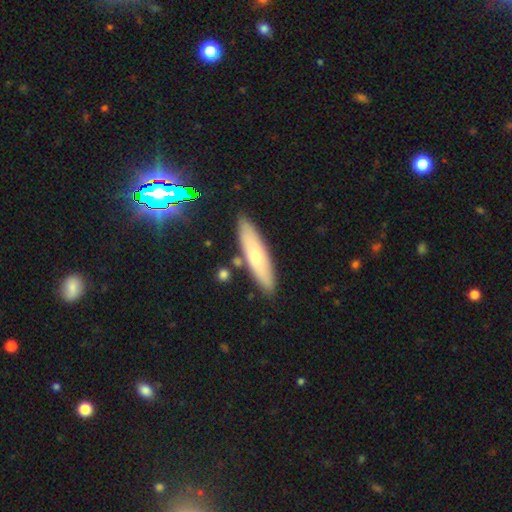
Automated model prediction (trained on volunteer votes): smooth_or_featured: smooth (p=0.60) [alt: featured or disk p=0.32]
how_rounded: cigar-shaped (p=0.73) [alt: in between p=0.25]
merging: none (p=0.85) [alt: minor disturbance p=0.09]